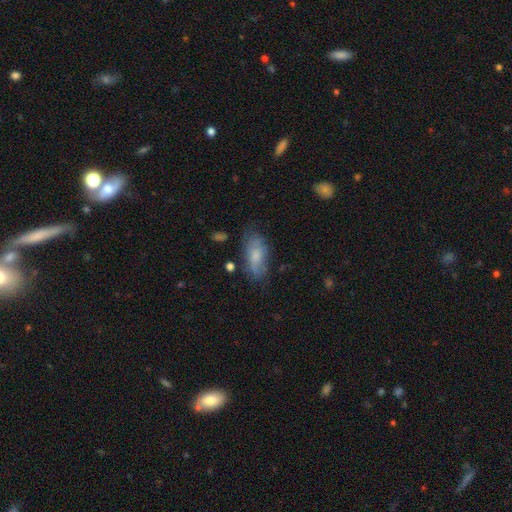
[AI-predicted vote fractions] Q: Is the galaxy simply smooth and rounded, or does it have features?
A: smooth — 72%.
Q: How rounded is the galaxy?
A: in between — 86%.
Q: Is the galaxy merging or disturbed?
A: none — 66%.